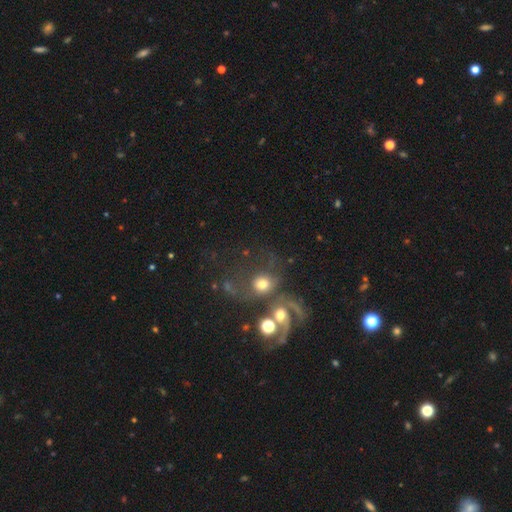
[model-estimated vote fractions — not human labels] A featured or disk galaxy (39%). Merging: merger (39%).